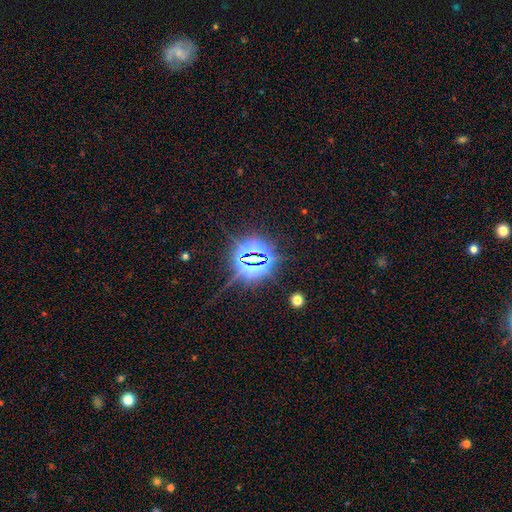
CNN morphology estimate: A star or artifact, not a galaxy (82%).

Vote fractions:
- Smooth or featured? star or artifact: 82% / smooth: 11% / featured or disk: 7%